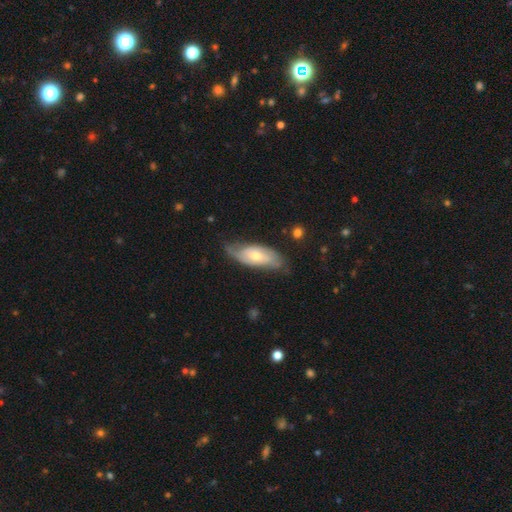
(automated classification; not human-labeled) Smooth or featured: featured or disk — 53% (smooth — 41%)
Edge-on disk: no — 82% (yes — 18%)
Merging: none — 62% (minor disturbance — 29%)